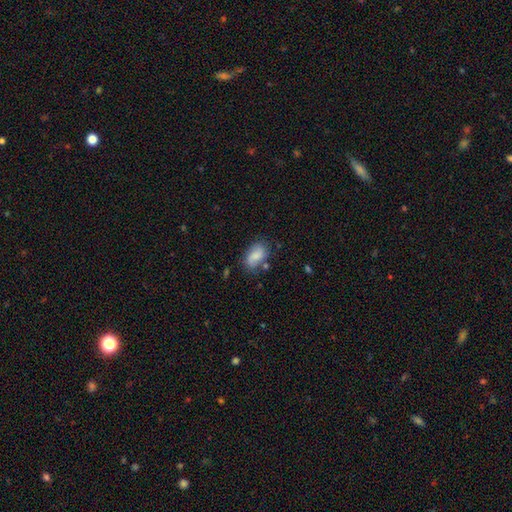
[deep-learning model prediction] Smooth or featured?
  - smooth: 74% *
  - featured or disk: 18%
  - star or artifact: 8%
How rounded?
  - in between: 89% *
  - round: 9%
  - cigar-shaped: 2%
Merging?
  - none: 63% *
  - minor disturbance: 24%
  - major disturbance: 7%
  - merger: 6%